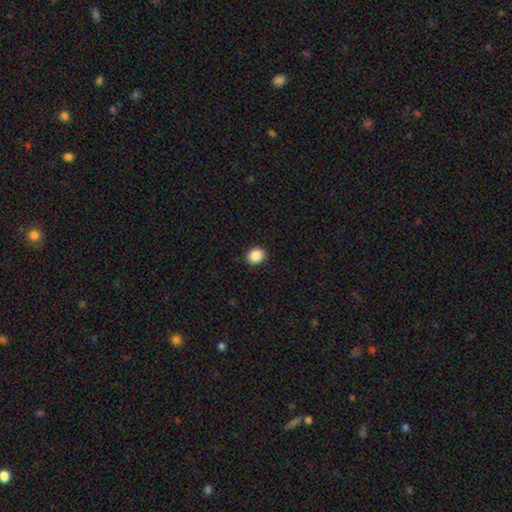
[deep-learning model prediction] This appears to be a smooth galaxy with no disk features (88%) that is round (66%). Merging: none (91%).